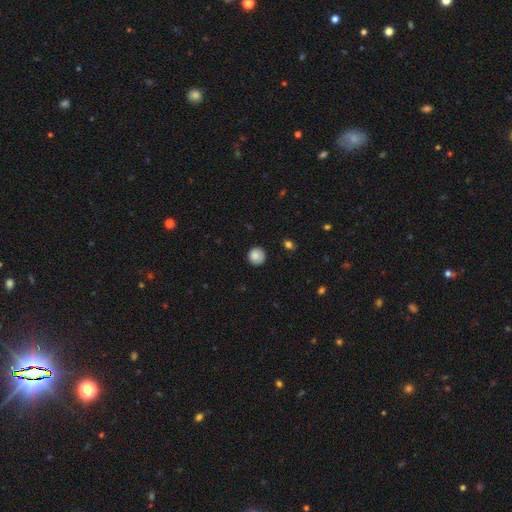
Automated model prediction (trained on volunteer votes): Smooth or featured?
  - smooth: 86% *
  - star or artifact: 9%
  - featured or disk: 5%
How rounded?
  - round: 94% *
  - in between: 5%
  - cigar-shaped: 1%
Merging?
  - none: 87% *
  - minor disturbance: 10%
  - major disturbance: 2%
  - merger: 1%